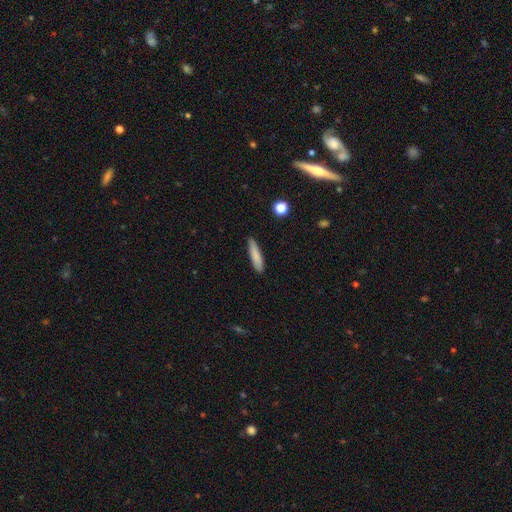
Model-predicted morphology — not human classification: This is clearly a smooth galaxy (83%). How rounded: likely cigar-shaped (79%). Merging: clearly none (85%).